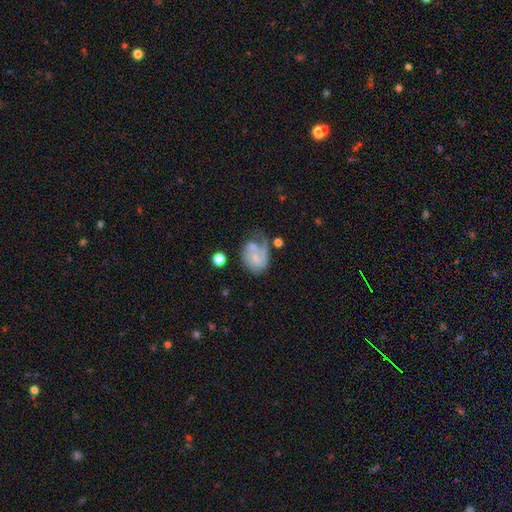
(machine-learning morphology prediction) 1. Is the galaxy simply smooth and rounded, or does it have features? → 57% featured or disk, 35% smooth, 8% star or artifact.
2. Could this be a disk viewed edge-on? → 98% no, 2% yes.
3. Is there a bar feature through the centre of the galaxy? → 61% no, 32% weak, 6% strong.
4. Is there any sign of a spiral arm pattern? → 76% yes, 24% no.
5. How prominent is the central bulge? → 52% small, 25% none, 20% moderate, 2% large, 1% dominant.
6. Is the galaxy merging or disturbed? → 31% none (tied), 31% major disturbance (tied), 25% minor disturbance, 13% merger.